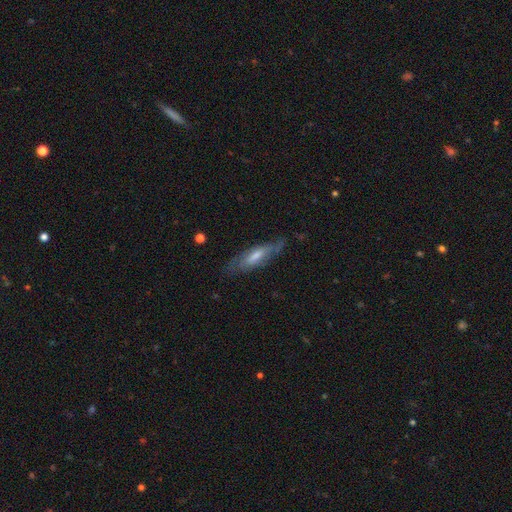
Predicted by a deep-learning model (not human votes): Smooth or featured? featured or disk (61%)
Edge-on disk? no (53%)
Merging? none (72%)